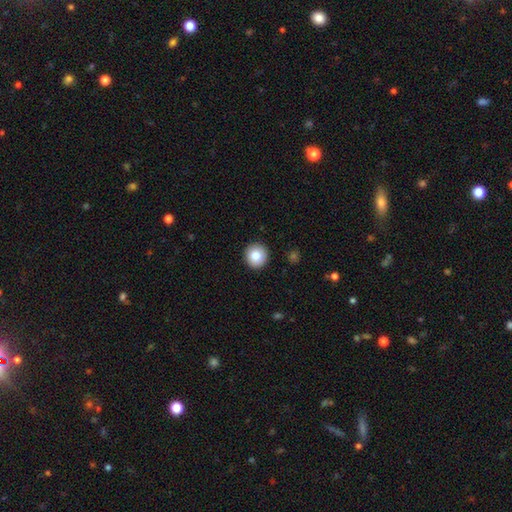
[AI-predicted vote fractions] Smooth or featured? smooth (83%)
How rounded? round (93%)
Merging? none (92%)